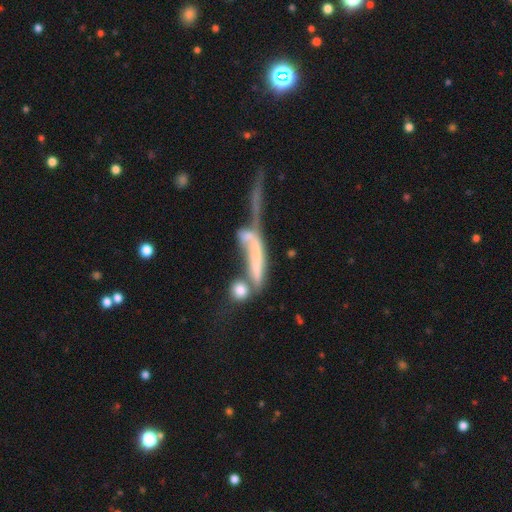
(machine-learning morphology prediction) This appears to be a featured or disk galaxy (50%). Merging: merger (51%).